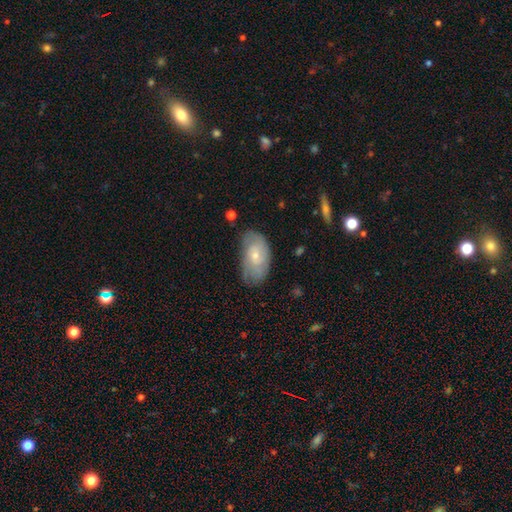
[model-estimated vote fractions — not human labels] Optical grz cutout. It shows a smooth galaxy with no disk features (50%) that is in between round and cigar-shaped (92%). Merging: none (64%).